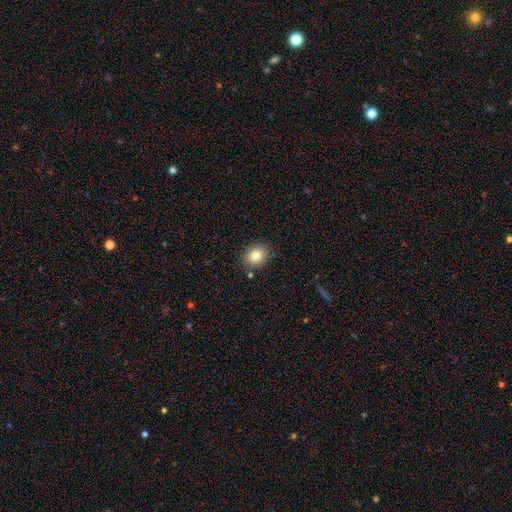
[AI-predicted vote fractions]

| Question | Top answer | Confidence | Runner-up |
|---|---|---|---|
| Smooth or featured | smooth | 81% | star or artifact (10%) |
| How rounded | round | 64% | in between (35%) |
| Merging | none | 83% | minor disturbance (11%) |